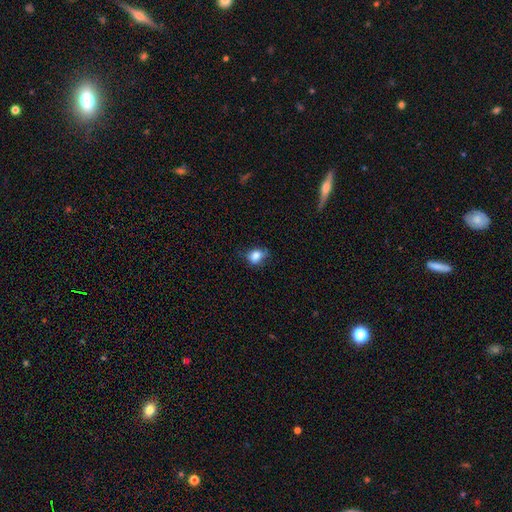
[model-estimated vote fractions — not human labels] A smooth galaxy with no disk features (82%) that is in between round and cigar-shaped (56%).

Vote fractions:
- Smooth or featured? smooth: 82% / star or artifact: 10% / featured or disk: 8%
- How rounded? in between: 56% / round: 43% / cigar-shaped: 1%
- Merging? none: 58% / minor disturbance: 31% / major disturbance: 9% / merger: 2%